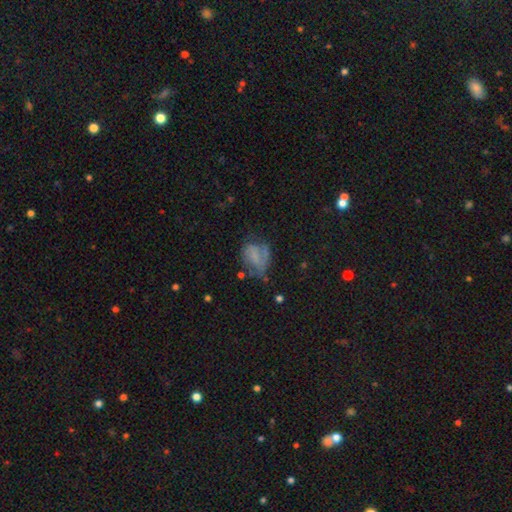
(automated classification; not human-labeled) Overall: featured or disk (48%; smooth 40%). Merging: none (38%; major disturbance 29%).